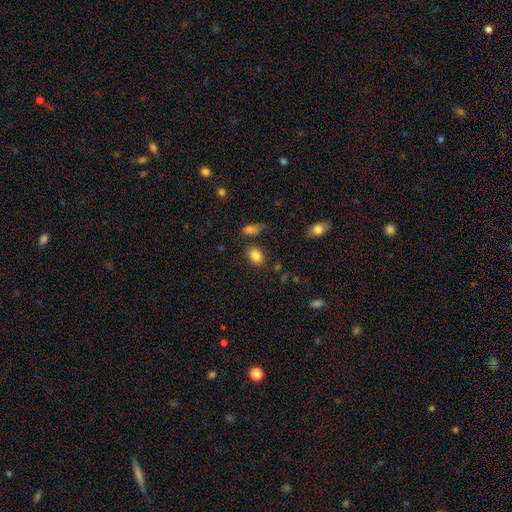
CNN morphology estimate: smooth_or_featured: smooth (p=0.84) [alt: star or artifact p=0.10]
how_rounded: in between (p=0.62) [alt: round p=0.37]
merging: none (p=0.77) [alt: minor disturbance p=0.12]